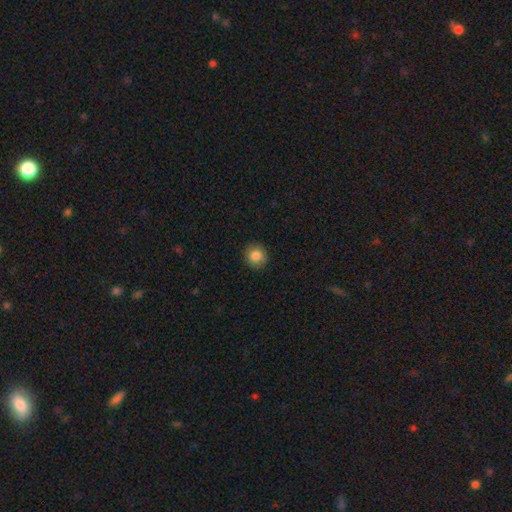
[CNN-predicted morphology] smooth_or_featured: smooth (p=0.85) [alt: star or artifact p=0.09]
how_rounded: round (p=0.89) [alt: in between p=0.10]
merging: none (p=0.91) [alt: minor disturbance p=0.07]